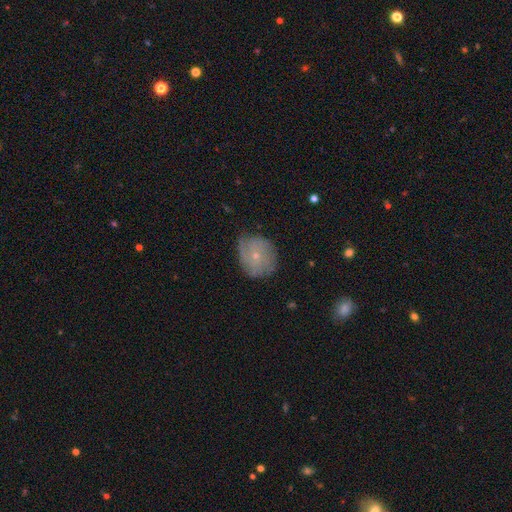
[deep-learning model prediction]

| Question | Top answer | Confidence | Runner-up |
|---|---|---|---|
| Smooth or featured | featured or disk | 60% | smooth (31%) |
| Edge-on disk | no | 97% | yes (3%) |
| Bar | no | 81% | weak (17%) |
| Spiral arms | yes | 83% | no (17%) |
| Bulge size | small | 77% | moderate (19%) |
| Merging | none | 67% | minor disturbance (24%) |